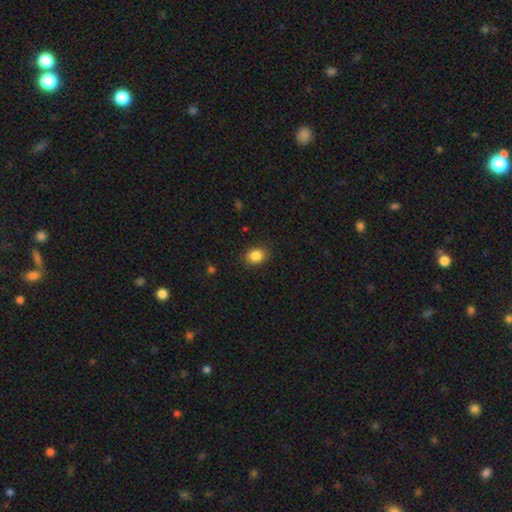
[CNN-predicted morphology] Smooth or featured? Predicted: smooth (p=0.86). How rounded? Predicted: in between (p=0.56). Merging? Predicted: none (p=0.87).